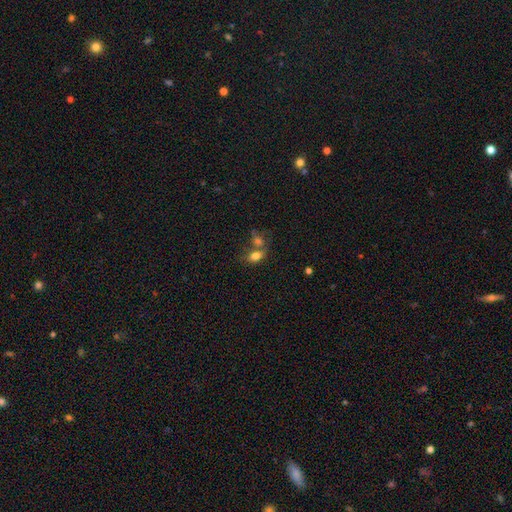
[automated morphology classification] Smooth or featured?
  - smooth: 78% *
  - featured or disk: 11%
  - star or artifact: 11%
How rounded?
  - in between: 80% *
  - round: 17%
  - cigar-shaped: 3%
Merging?
  - merger: 48% *
  - none: 35%
  - minor disturbance: 11%
  - major disturbance: 6%